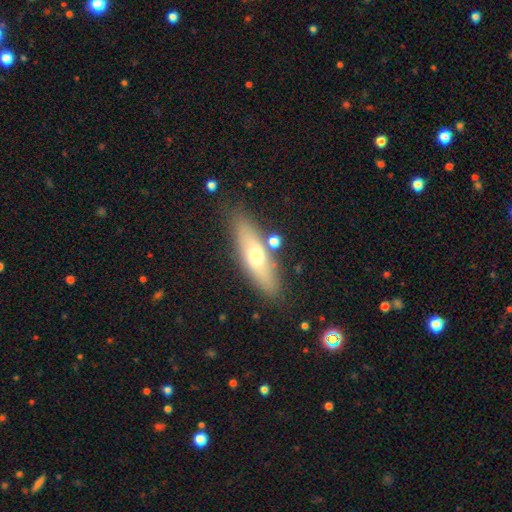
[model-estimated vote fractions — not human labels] Smooth or featured?
  - smooth: 54% *
  - featured or disk: 39%
  - star or artifact: 8%
How rounded?
  - cigar-shaped: 56% *
  - in between: 42%
  - round: 3%
Merging?
  - none: 81% *
  - minor disturbance: 11%
  - merger: 5%
  - major disturbance: 3%